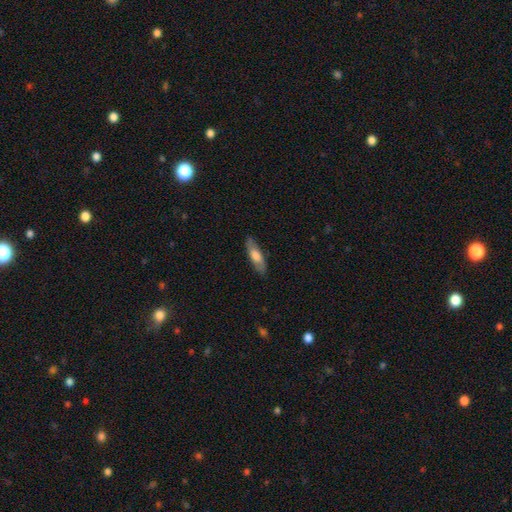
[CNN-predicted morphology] Smooth or featured? smooth (63%)
How rounded? cigar-shaped (54%)
Merging? none (84%)